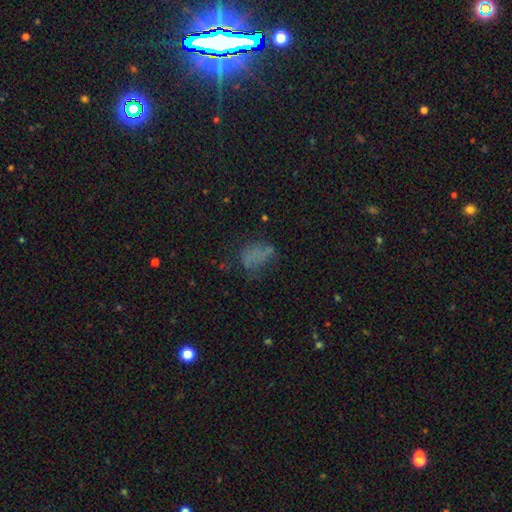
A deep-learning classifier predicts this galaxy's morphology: Smooth or featured? smooth (55%)
How rounded? in between (75%)
Merging? none (44%)